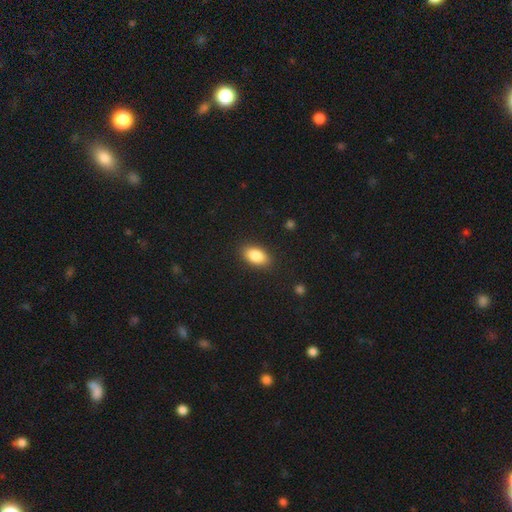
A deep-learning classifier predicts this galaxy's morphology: Smooth or featured: smooth — 86% (star or artifact — 7%)
How rounded: in between — 91% (round — 6%)
Merging: none — 88% (minor disturbance — 8%)